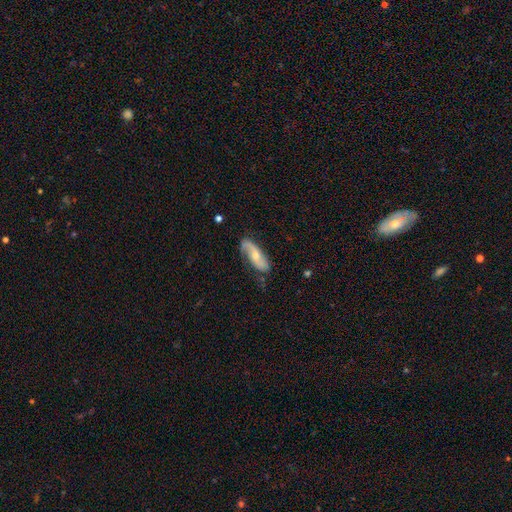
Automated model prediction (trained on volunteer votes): featured or disk 62%, smooth 32%, star or artifact 6%. Down the decision tree: edge-on disk — no (85%); bar — no (64%); spiral arms — yes (88%); bulge size — small (48%); merging — none (67%).